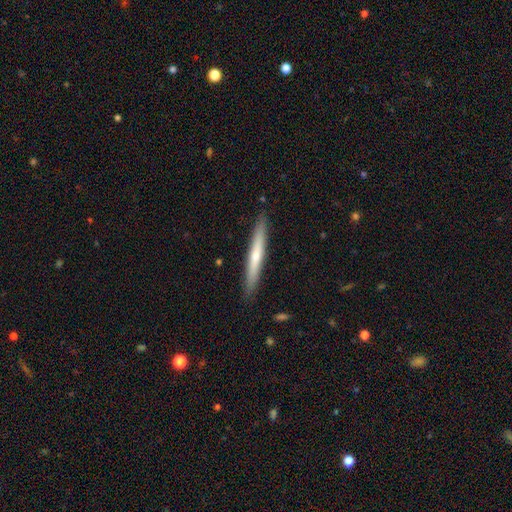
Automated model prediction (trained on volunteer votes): Smooth or featured?
  - featured or disk: 50% *
  - smooth: 43%
  - star or artifact: 6%
Edge-on disk?
  - yes: 95% *
  - no: 5%
Merging?
  - none: 91% *
  - minor disturbance: 7%
  - major disturbance: 1%
  - merger: 1%